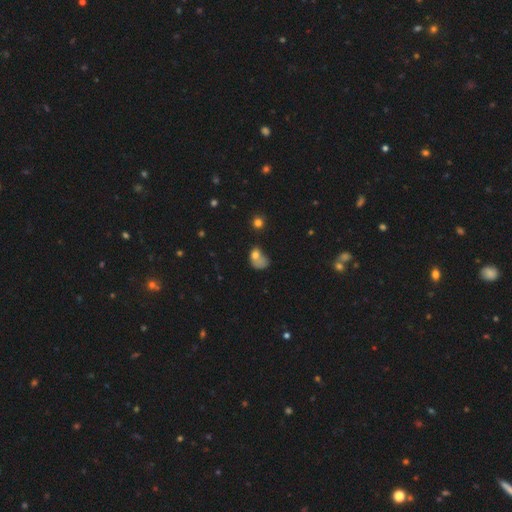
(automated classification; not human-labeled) Q: Smooth or featured?
A: smooth (67%); runner-up: featured or disk (18%)
Q: How rounded?
A: in between (62%); runner-up: round (36%)
Q: Merging?
A: major disturbance (35%); runner-up: none (24%)